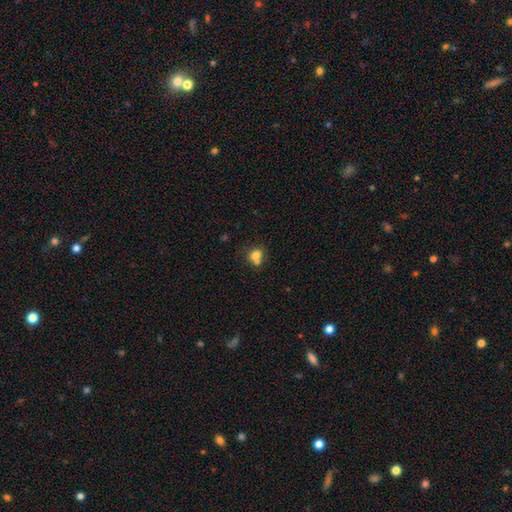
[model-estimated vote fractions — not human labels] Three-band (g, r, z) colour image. It shows a smooth galaxy with no disk features (75%) that is round (57%). Merging: merger (44%).